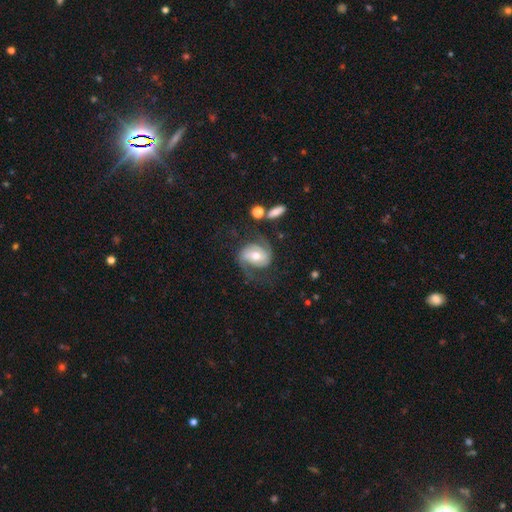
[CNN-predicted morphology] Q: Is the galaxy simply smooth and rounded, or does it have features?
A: featured or disk — 78%.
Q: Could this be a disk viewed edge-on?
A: no — 97%.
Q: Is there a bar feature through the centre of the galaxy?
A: weak — 40%.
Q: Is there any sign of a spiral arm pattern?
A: yes — 94%.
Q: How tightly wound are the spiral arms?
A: medium — 49%.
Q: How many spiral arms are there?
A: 2 — 87%.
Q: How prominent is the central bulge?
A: moderate — 70%.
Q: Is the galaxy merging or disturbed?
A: none — 61%.